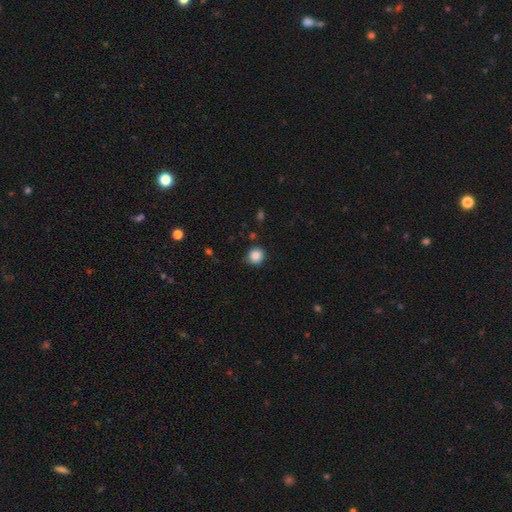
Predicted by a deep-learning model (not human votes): A smooth galaxy with no disk features (86%) that is round (91%). Merging: none (80%).